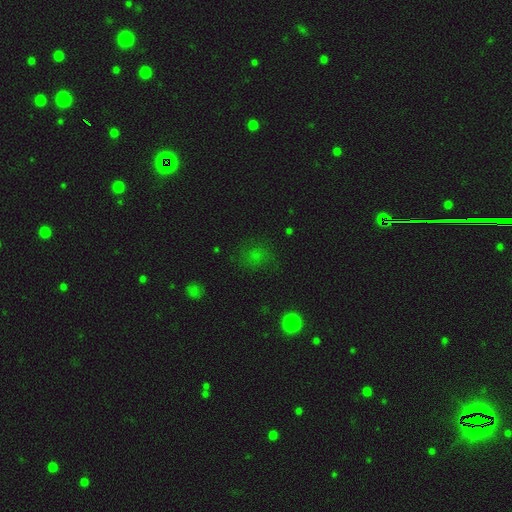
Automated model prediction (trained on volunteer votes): A smooth galaxy with no disk features (61%) that is round (71%).

Vote fractions:
- Smooth or featured? smooth: 61% / star or artifact: 30% / featured or disk: 10%
- How rounded? round: 71% / in between: 27% / cigar-shaped: 1%
- Merging? none: 72% / minor disturbance: 17% / major disturbance: 10% / merger: 2%